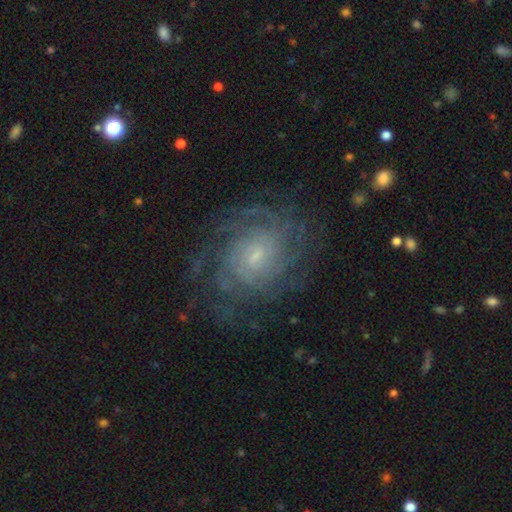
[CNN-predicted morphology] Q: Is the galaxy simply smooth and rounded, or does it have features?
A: featured or disk — 82%.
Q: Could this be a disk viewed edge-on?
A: no — 97%.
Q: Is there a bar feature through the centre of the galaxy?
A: no — 65%.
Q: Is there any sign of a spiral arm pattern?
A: yes — 95%.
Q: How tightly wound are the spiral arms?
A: tight — 68%.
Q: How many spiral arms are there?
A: can't tell — 40%.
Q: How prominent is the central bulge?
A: small — 73%.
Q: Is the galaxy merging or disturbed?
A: none — 76%.